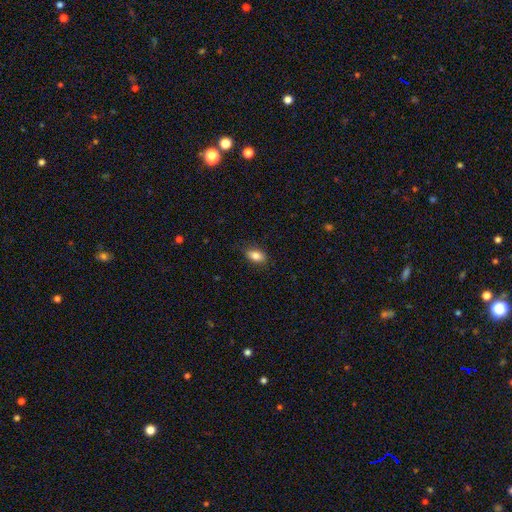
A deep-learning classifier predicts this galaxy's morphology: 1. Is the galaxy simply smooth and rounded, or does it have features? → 83% smooth, 8% featured or disk, 8% star or artifact.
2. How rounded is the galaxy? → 87% in between, 10% round, 3% cigar-shaped.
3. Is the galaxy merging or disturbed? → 82% none, 14% minor disturbance, 3% major disturbance, 1% merger.